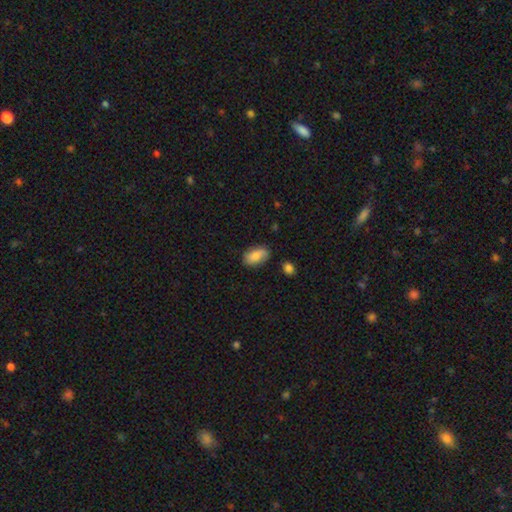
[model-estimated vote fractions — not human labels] A smooth galaxy with no disk features (78%) that is in between round and cigar-shaped (92%).

Vote fractions:
- Smooth or featured? smooth: 78% / featured or disk: 15% / star or artifact: 7%
- How rounded? in between: 92% / round: 5% / cigar-shaped: 3%
- Merging? none: 77% / minor disturbance: 18% / major disturbance: 3% / merger: 2%